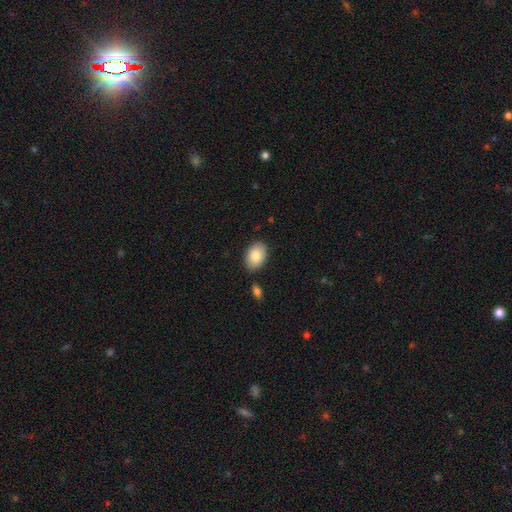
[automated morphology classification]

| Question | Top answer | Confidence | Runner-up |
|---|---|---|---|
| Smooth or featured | smooth | 84% | featured or disk (10%) |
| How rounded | in between | 88% | round (11%) |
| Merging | none | 84% | minor disturbance (11%) |